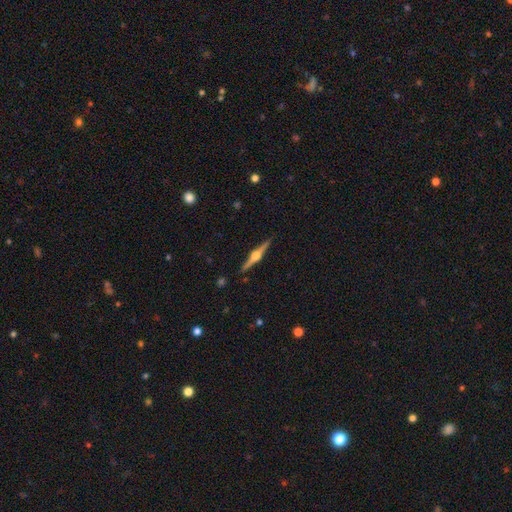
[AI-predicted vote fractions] A featured or disk galaxy (85%) viewed edge-on (98%) with a rounded central bulge (95%). Merging: none (91%).